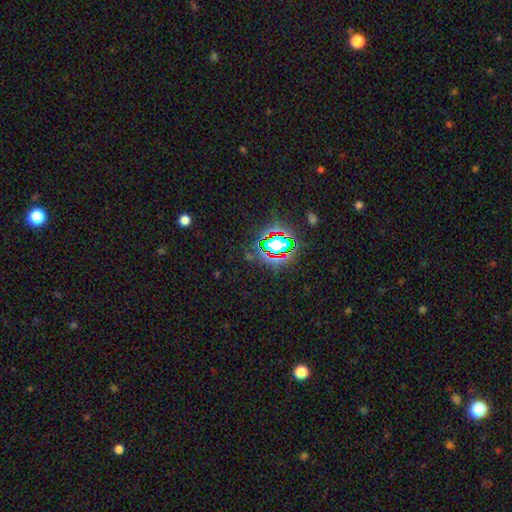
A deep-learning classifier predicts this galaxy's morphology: Smooth or featured: star or artifact — 81% (smooth — 11%)